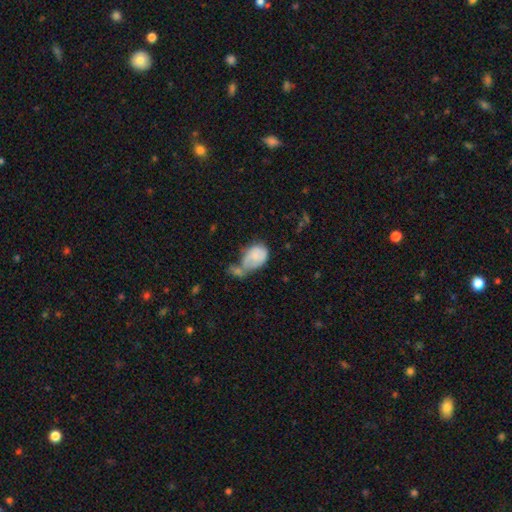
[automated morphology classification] smooth-or-featured: smooth: 74% | featured or disk: 19% | star or artifact: 7%
  how-rounded: in between: 78% | round: 21% | cigar-shaped: 1%
  merging: merger: 45% | major disturbance: 22% | minor disturbance: 17% | none: 15%